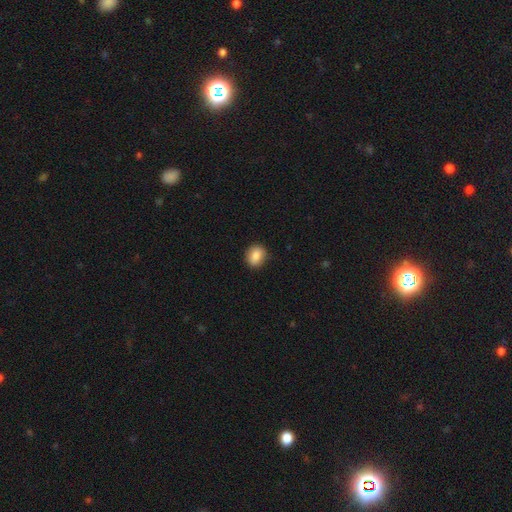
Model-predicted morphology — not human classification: smooth 86%, star or artifact 8%, featured or disk 6%. Down the decision tree: how rounded — round (58%); merging — none (86%).